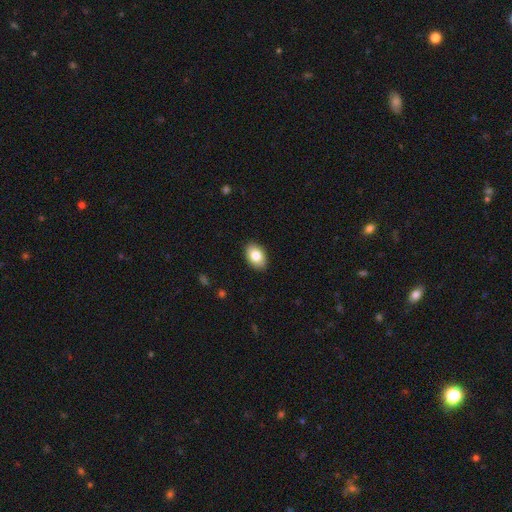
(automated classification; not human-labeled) Overall: smooth (82%). How rounded: in between (88%). Merging: none (89%).